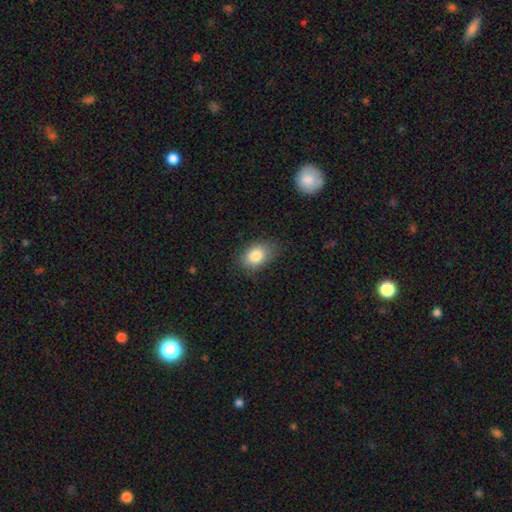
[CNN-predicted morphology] smooth-or-featured: smooth: 83% | featured or disk: 9% | star or artifact: 8%
  how-rounded: in between: 82% | round: 16% | cigar-shaped: 1%
  merging: none: 73% | minor disturbance: 21% | major disturbance: 5% | merger: 1%